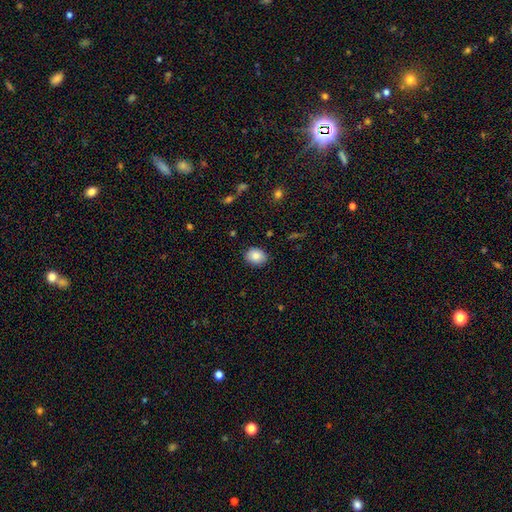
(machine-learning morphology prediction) type=smooth (85%); roundness=in between (51%); merging=none (86%).